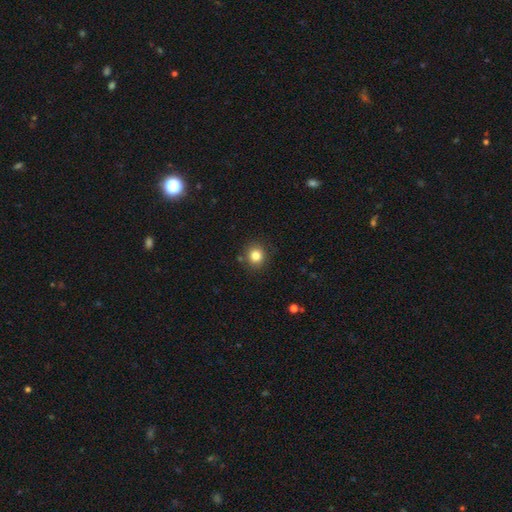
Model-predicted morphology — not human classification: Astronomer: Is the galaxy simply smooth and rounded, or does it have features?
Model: smooth — 83%.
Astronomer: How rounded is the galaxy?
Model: round — 86%.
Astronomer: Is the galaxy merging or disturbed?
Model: none — 87%.